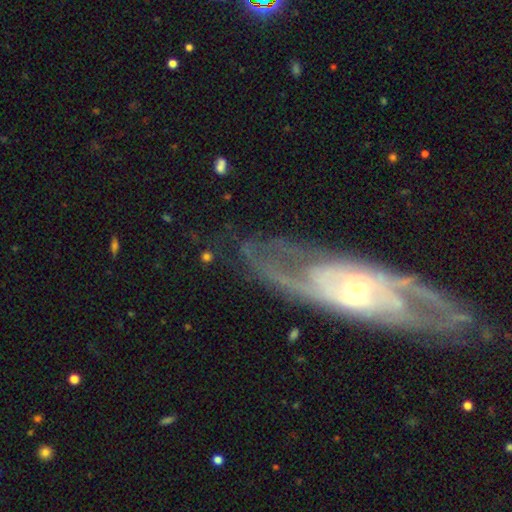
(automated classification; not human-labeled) Smooth or featured?
  - featured or disk: 83% *
  - smooth: 10%
  - star or artifact: 7%
Edge-on disk?
  - no: 85% *
  - yes: 15%
Bar?
  - no: 63% *
  - weak: 26%
  - strong: 11%
Spiral arms?
  - yes: 90% *
  - no: 10%
Spiral winding?
  - tight: 47% *
  - medium: 38%
  - loose: 15%
Spiral arm count?
  - 2: 50% *
  - can't tell: 29%
  - 3: 8%
  - 4: 4%
  - 1: 4%
  - more than 4: 4%
Bulge size?
  - small: 68% *
  - moderate: 27%
  - large: 2%
  - none: 1%
  - dominant: 1%
Merging?
  - none: 72% *
  - minor disturbance: 15%
  - major disturbance: 10%
  - merger: 3%